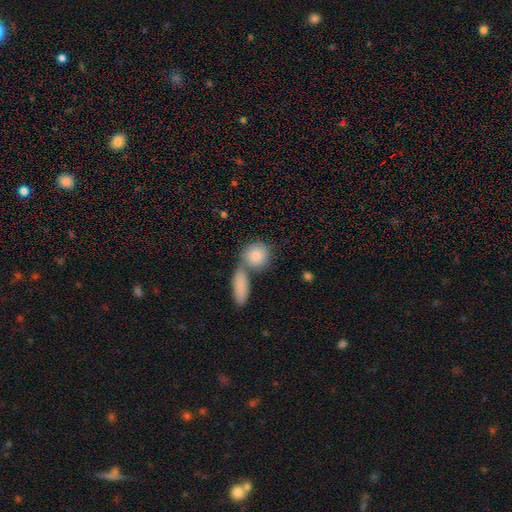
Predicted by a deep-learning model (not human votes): Smooth or featured?
  - smooth: 82% *
  - featured or disk: 11%
  - star or artifact: 7%
How rounded?
  - round: 69% *
  - in between: 25%
  - cigar-shaped: 5%
Merging?
  - none: 48% *
  - merger: 39%
  - minor disturbance: 9%
  - major disturbance: 4%